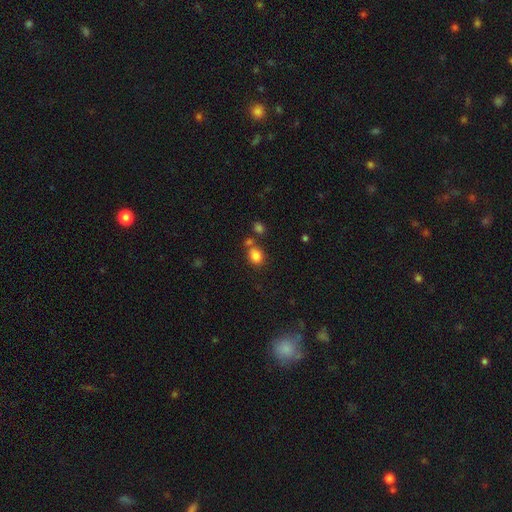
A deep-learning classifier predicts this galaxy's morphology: Smooth or featured? Predicted: smooth (p=0.83). How rounded? Predicted: round (p=0.57). Merging? Predicted: none (p=0.65).